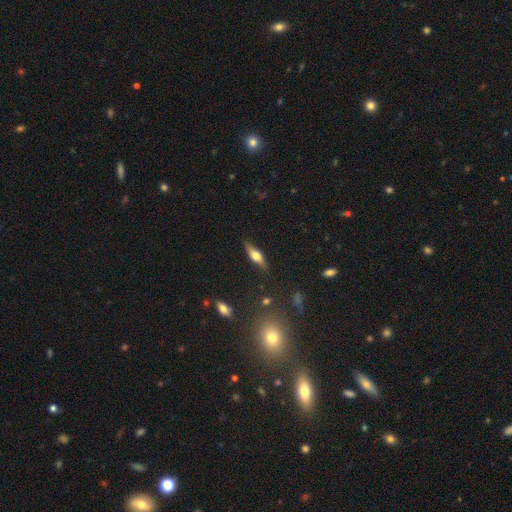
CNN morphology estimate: Smooth or featured: featured or disk — 54% (smooth — 40%)
Edge-on disk: yes — 92% (no — 8%)
Merging: none — 84% (minor disturbance — 12%)